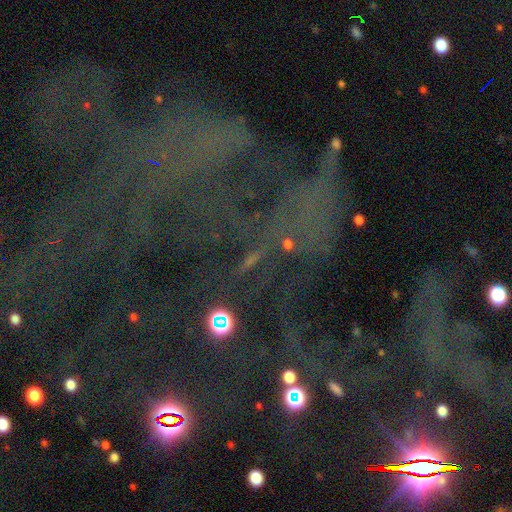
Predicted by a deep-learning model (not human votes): star or artifact 78%, smooth 11%, featured or disk 11%.